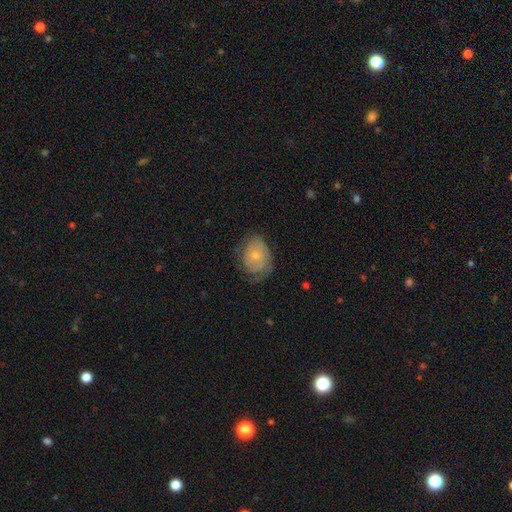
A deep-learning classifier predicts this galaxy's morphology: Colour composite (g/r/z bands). It shows a smooth galaxy with no disk features (50%). Merging: none (53%).